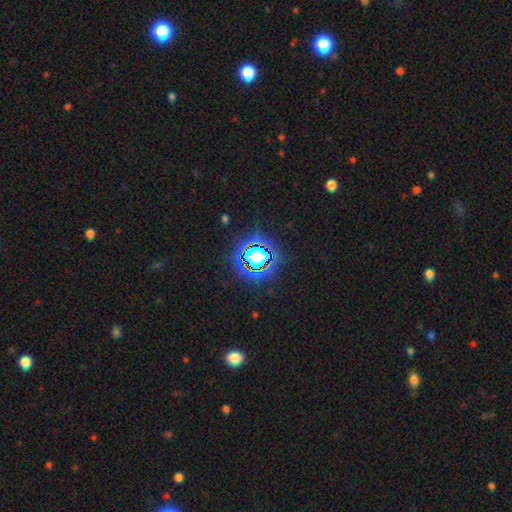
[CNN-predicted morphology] Smooth or featured? star or artifact (77%)